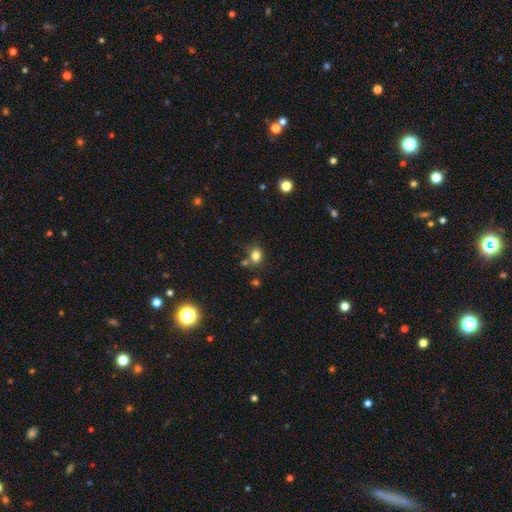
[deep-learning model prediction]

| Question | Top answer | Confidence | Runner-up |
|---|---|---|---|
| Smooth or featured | smooth | 80% | star or artifact (13%) |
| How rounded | round | 53% | in between (46%) |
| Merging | none | 63% | minor disturbance (17%) |